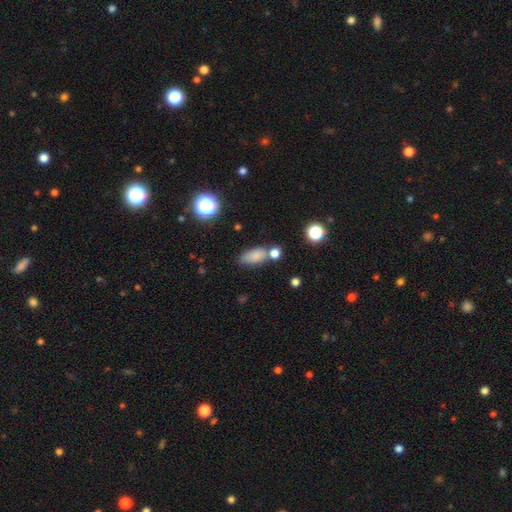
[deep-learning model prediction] smooth 79%, star or artifact 11%, featured or disk 9%. Down the decision tree: how rounded — in between (83%); merging — none (63%).